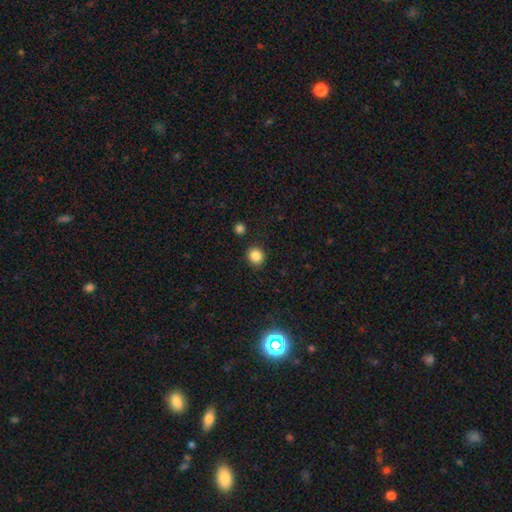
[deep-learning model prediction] Morphology: type=smooth (85%); roundness=round (83%); merging=none (89%).